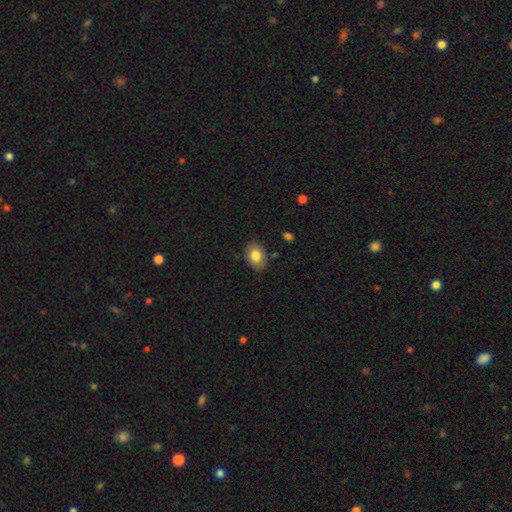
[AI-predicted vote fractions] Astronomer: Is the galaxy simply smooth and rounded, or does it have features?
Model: smooth — 81%.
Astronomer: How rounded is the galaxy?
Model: in between — 79%.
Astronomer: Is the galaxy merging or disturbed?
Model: none — 84%.